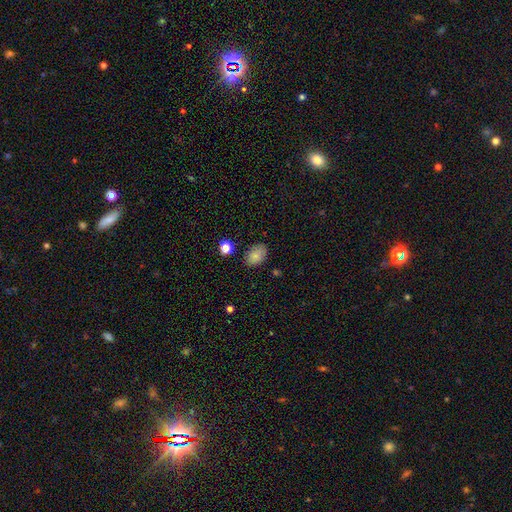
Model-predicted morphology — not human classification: Smooth or featured? Predicted: smooth (p=0.83). How rounded? Predicted: in between (p=0.83). Merging? Predicted: none (p=0.79).